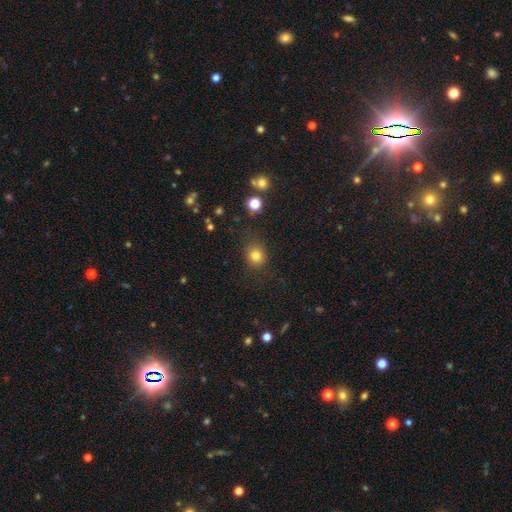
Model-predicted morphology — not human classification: Smooth or featured? smooth (81%)
How rounded? round (75%)
Merging? none (79%)